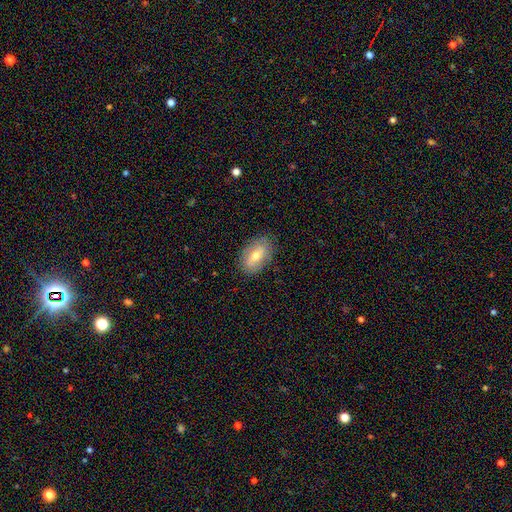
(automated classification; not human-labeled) Smooth or featured?
  - smooth: 57% *
  - featured or disk: 36%
  - star or artifact: 8%
How rounded?
  - in between: 90% *
  - round: 8%
  - cigar-shaped: 3%
Merging?
  - none: 83% *
  - minor disturbance: 13%
  - major disturbance: 3%
  - merger: 1%